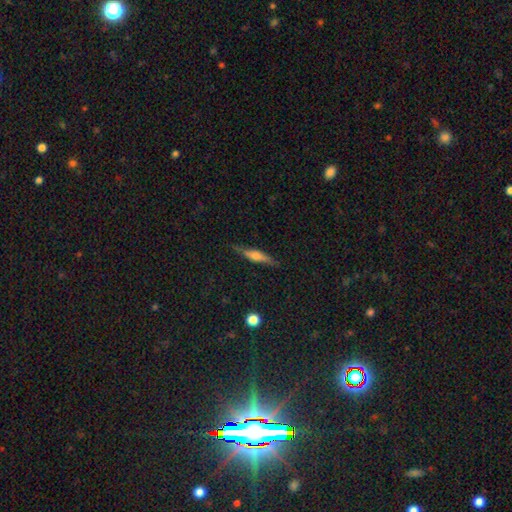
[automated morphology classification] Smooth or featured?
  - featured or disk: 55% *
  - smooth: 37%
  - star or artifact: 8%
Edge-on disk?
  - yes: 94% *
  - no: 6%
Edge-on bulge?
  - rounded: 74% *
  - boxy: 13%
  - none: 12%
Merging?
  - none: 83% *
  - minor disturbance: 13%
  - major disturbance: 3%
  - merger: 1%